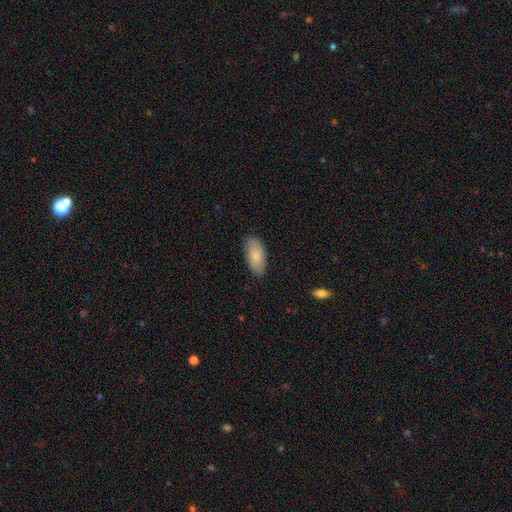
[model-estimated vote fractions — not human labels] smooth 77%, featured or disk 17%, star or artifact 6%. Down the decision tree: how rounded — in between (93%); merging — none (84%).